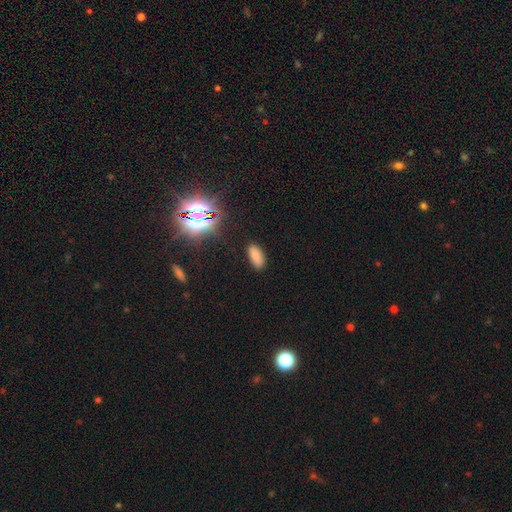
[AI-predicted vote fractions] Overall: smooth (78%). How rounded: in between (90%). Merging: none (86%).